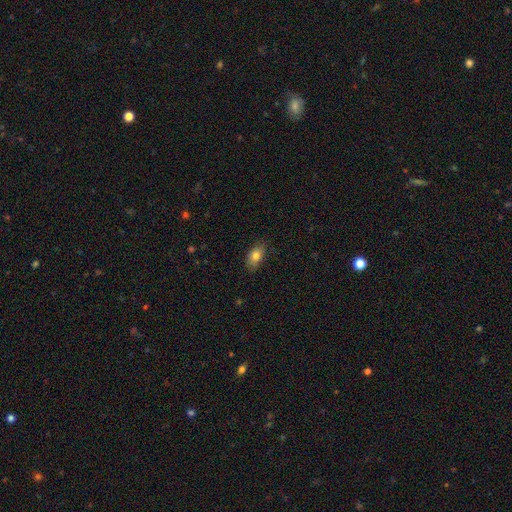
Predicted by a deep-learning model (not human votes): Overall: smooth (79%). How rounded: in between (87%). Merging: none (80%).